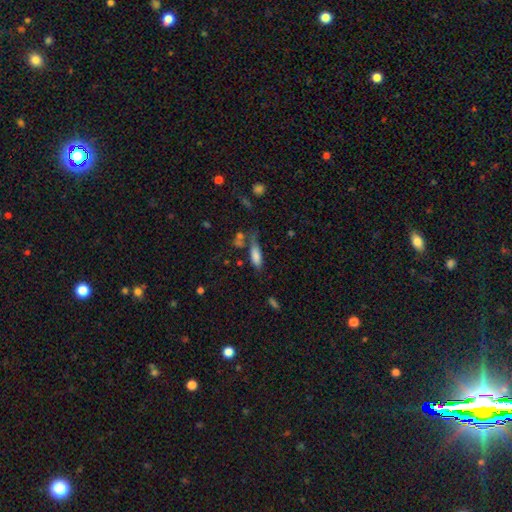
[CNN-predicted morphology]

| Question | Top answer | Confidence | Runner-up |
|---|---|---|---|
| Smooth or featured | smooth | 78% | featured or disk (13%) |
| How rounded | in between | 57% | cigar-shaped (40%) |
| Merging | none | 46% | minor disturbance (26%) |